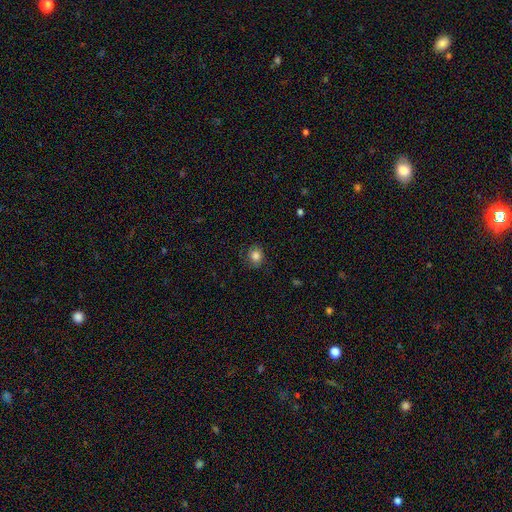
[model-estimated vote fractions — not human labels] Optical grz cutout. It shows a smooth galaxy with no disk features (83%) that is round (84%). Merging: none (80%).